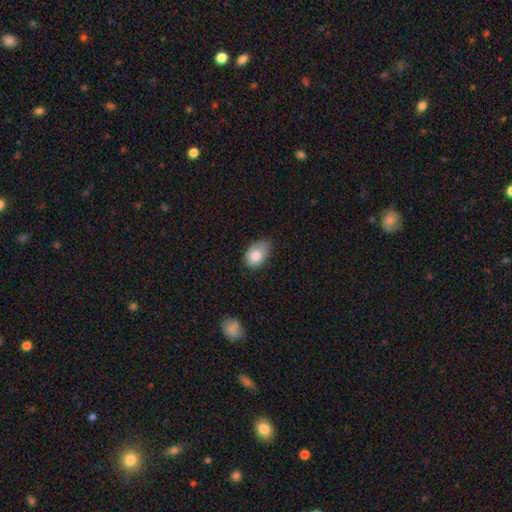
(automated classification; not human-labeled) The model was most divided on "merging" (2-way tie): none: 44%, minor disturbance: 44%, major disturbance: 10%, merger: 2%. More confident: smooth or featured — smooth (79%); how rounded — in between (75%).